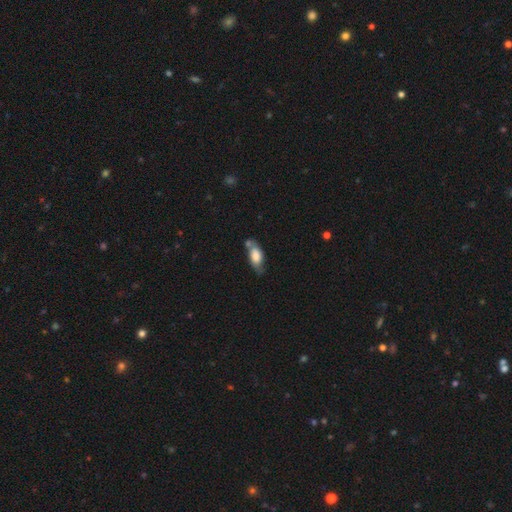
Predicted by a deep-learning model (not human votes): The model was most divided on "merging": none: 49%, minor disturbance: 26%, merger: 18%, major disturbance: 8%. More confident: how rounded — in between (82%); smooth or featured — smooth (69%).